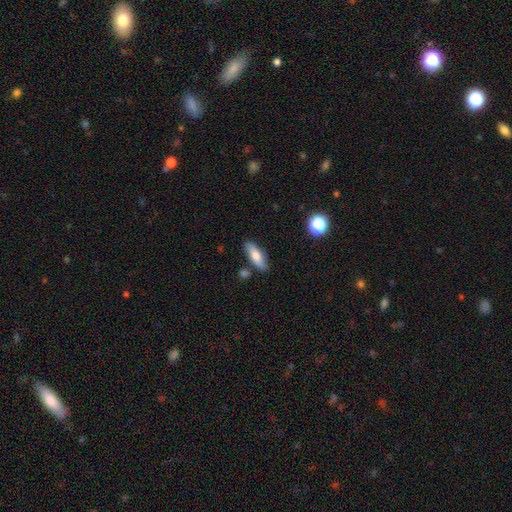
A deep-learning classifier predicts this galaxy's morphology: This appears to be a smooth galaxy with no disk features (72%) that is in between round and cigar-shaped (59%). Merging: none (81%).